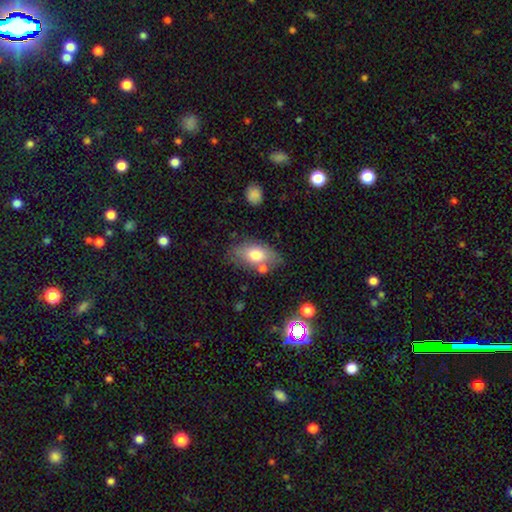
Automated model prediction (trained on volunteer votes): smooth_or_featured: smooth (p=0.72) [alt: featured or disk p=0.21]
how_rounded: in between (p=0.89) [alt: round p=0.07]
merging: none (p=0.68) [alt: minor disturbance p=0.17]